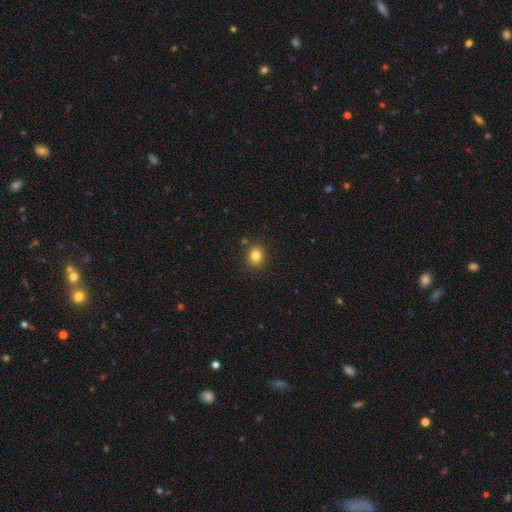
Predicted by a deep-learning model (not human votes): The model was most divided on "how rounded": round: 75%, in between: 24%, cigar-shaped: 1%. More confident: merging — none (87%); smooth or featured — smooth (81%).